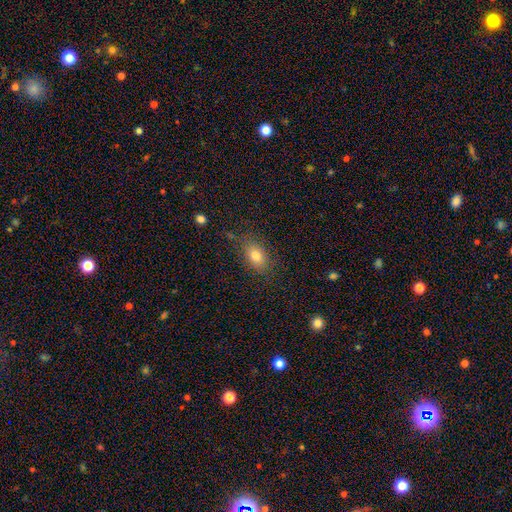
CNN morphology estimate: Smooth or featured: smooth — 78% (featured or disk — 11%)
How rounded: in between — 80% (round — 16%)
Merging: none — 78% (minor disturbance — 15%)